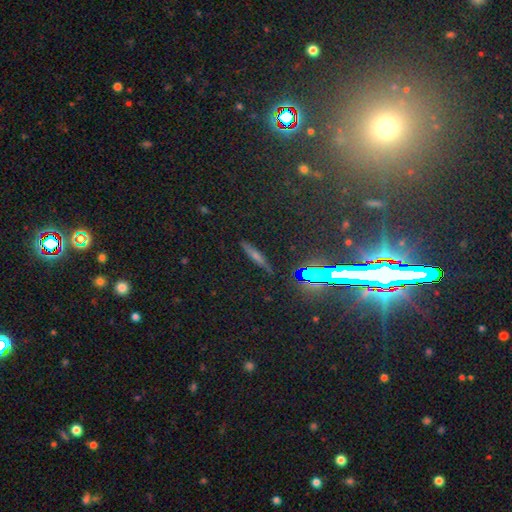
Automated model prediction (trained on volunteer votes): smooth-or-featured: smooth: 37% | featured or disk: 34% | star or artifact: 29%
  merging: none: 88% | minor disturbance: 8% | major disturbance: 2% | merger: 2%